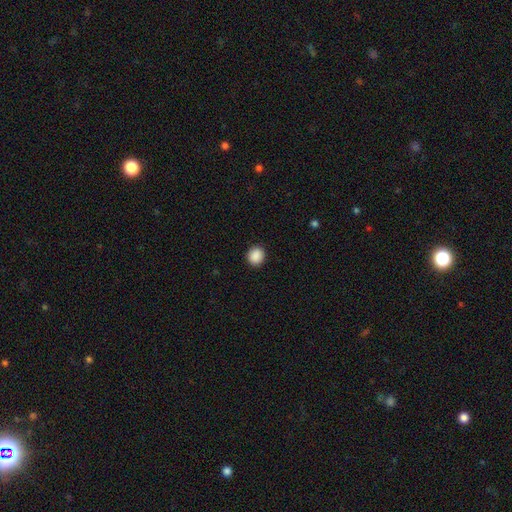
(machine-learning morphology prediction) Overall: smooth (89%). How rounded: round (83%). Merging: none (91%).